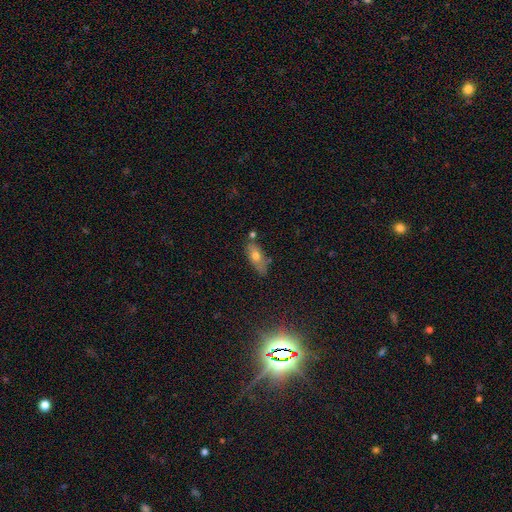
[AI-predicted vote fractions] A smooth galaxy with no disk features (67%) that is in between round and cigar-shaped (78%).

Vote fractions:
- Smooth or featured? smooth: 67% / featured or disk: 24% / star or artifact: 9%
- How rounded? in between: 78% / cigar-shaped: 18% / round: 4%
- Merging? none: 66% / minor disturbance: 20% / merger: 9% / major disturbance: 5%